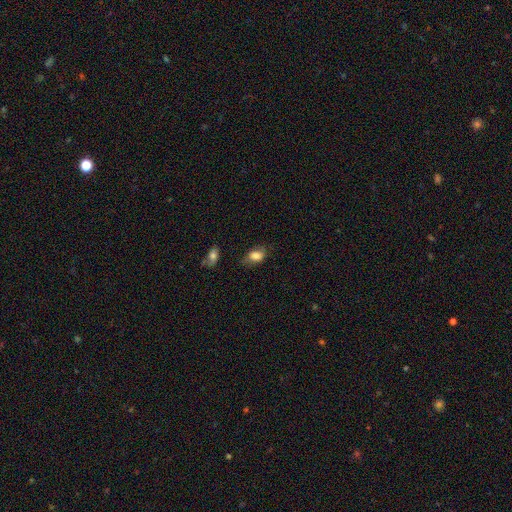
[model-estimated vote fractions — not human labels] Morphology: type=smooth (82%); roundness=in between (83%); merging=none (64%).